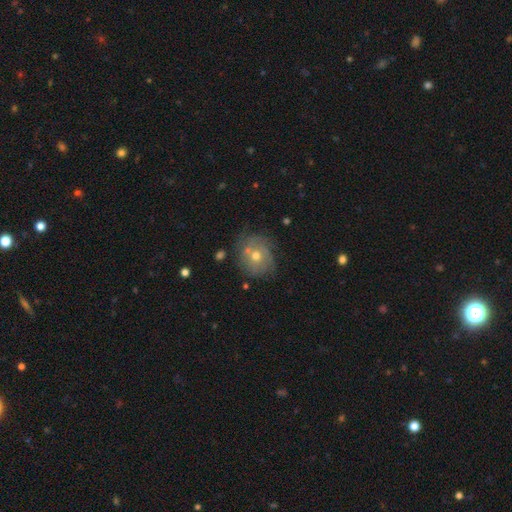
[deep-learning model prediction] Q: Smooth or featured?
A: featured or disk (46%); runner-up: smooth (43%)
Q: Merging?
A: none (62%); runner-up: minor disturbance (22%)